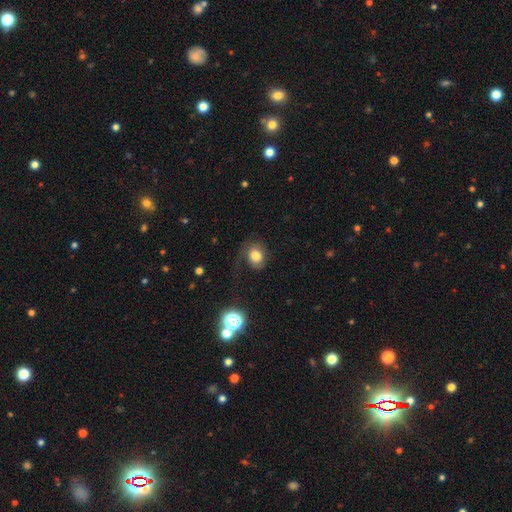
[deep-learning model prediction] Morphology: type=smooth (69%); roundness=round (62%); merging=none (52%).